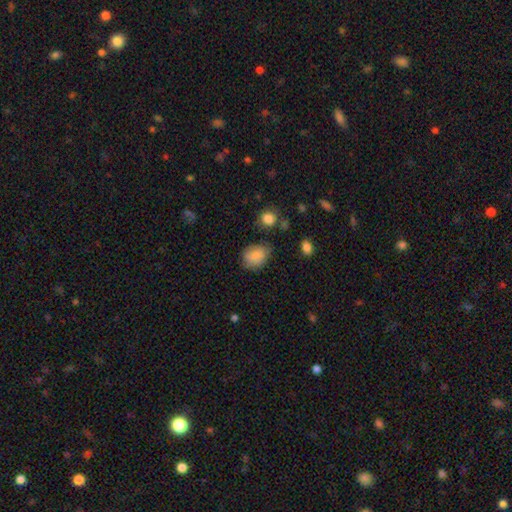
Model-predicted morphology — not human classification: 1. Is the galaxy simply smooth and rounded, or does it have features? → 81% smooth, 10% featured or disk, 8% star or artifact.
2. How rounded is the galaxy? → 58% in between, 41% round, 1% cigar-shaped.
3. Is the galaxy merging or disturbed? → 65% none, 26% minor disturbance, 7% major disturbance, 3% merger.